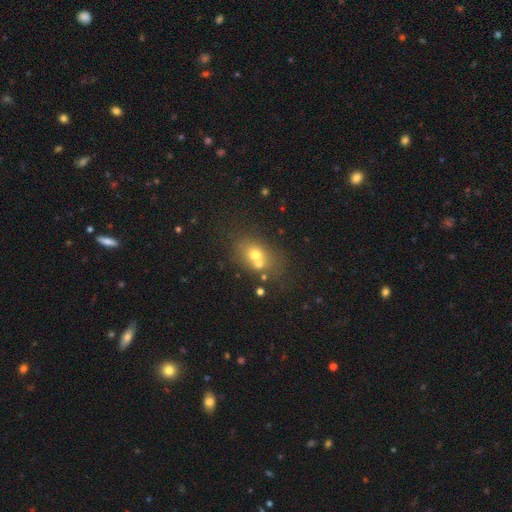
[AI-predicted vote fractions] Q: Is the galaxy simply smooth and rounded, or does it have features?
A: smooth — 60%.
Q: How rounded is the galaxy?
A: in between — 51%.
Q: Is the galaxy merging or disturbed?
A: none — 45%.